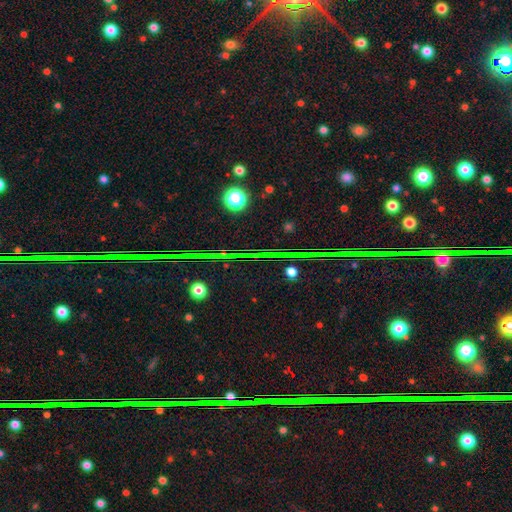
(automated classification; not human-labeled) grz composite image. It shows a star or artifact, not a galaxy (81%).